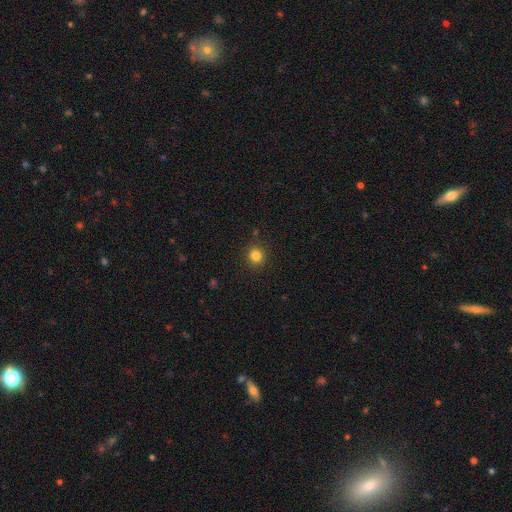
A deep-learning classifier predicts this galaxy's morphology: Smooth or featured? Predicted: smooth (p=0.83). How rounded? Predicted: round (p=0.93). Merging? Predicted: none (p=0.91).